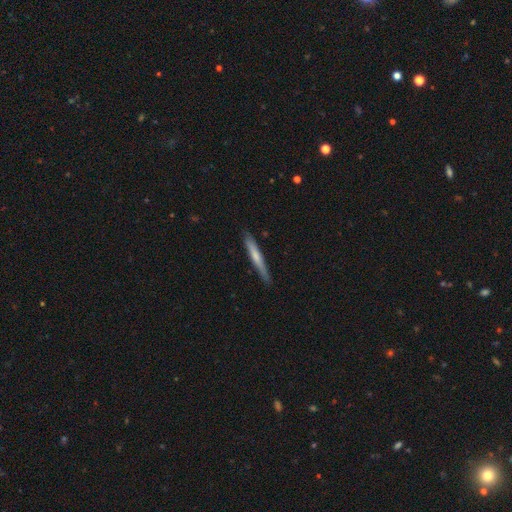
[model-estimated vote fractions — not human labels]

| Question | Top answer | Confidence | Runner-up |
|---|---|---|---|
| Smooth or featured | smooth | 56% | featured or disk (39%) |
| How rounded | cigar-shaped | 96% | in between (3%) |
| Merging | none | 86% | minor disturbance (11%) |